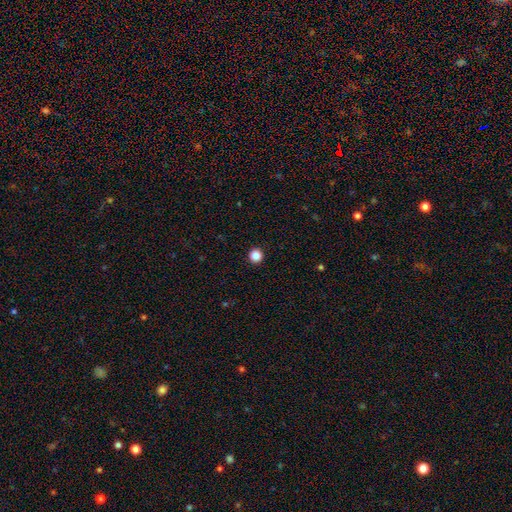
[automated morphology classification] This is clearly a smooth galaxy (86%). How rounded: clearly round (95%). Merging: clearly none (94%).